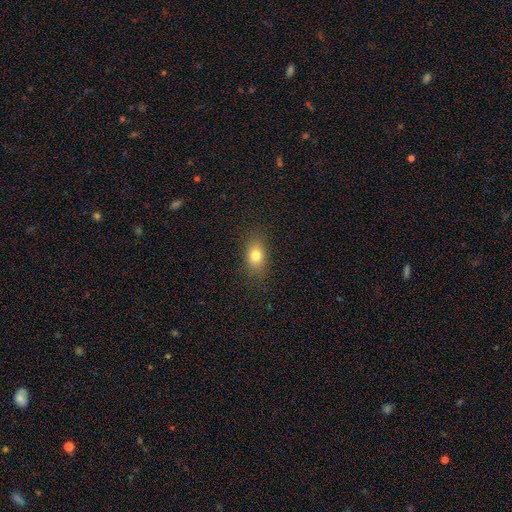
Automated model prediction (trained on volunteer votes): This is likely a smooth galaxy (79%). How rounded: likely in between (76%). Merging: clearly none (85%).